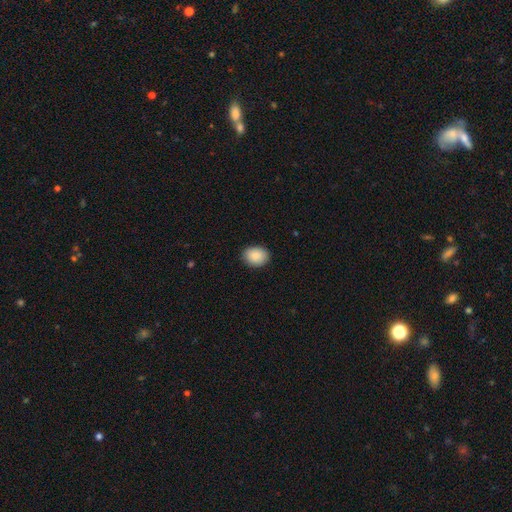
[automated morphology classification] Smooth or featured?
  - smooth: 89% *
  - star or artifact: 7%
  - featured or disk: 4%
How rounded?
  - in between: 56% *
  - round: 44%
  - cigar-shaped: 1%
Merging?
  - none: 89% *
  - minor disturbance: 8%
  - major disturbance: 2%
  - merger: 1%